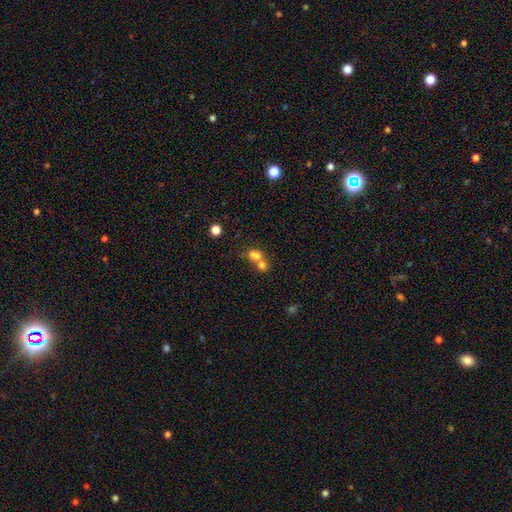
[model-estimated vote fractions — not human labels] Smooth or featured? smooth (74%)
How rounded? round (52%)
Merging? merger (63%)